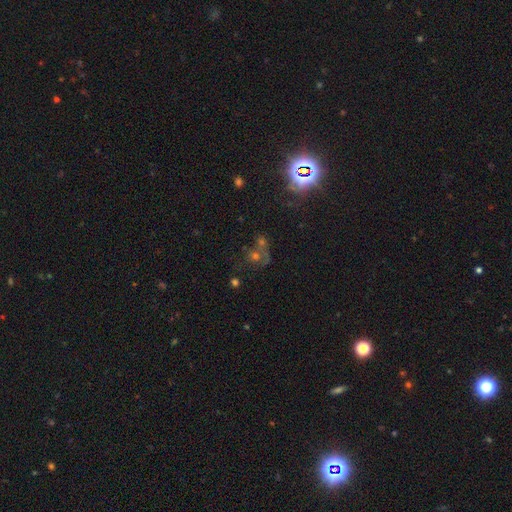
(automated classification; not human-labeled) This appears to be a star or artifact, not a galaxy (46%).